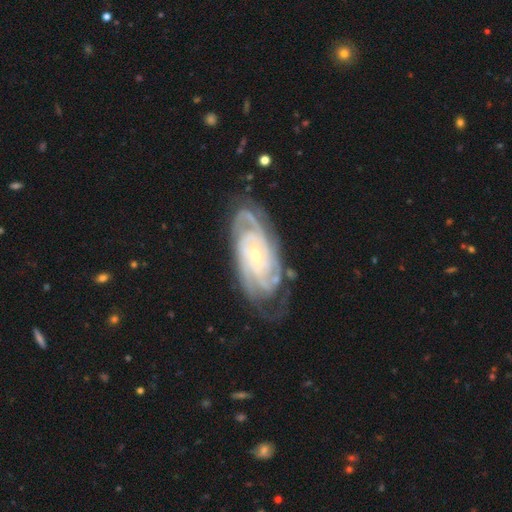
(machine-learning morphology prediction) Smooth or featured?
  - featured or disk: 89% *
  - smooth: 6%
  - star or artifact: 5%
Edge-on disk?
  - no: 95% *
  - yes: 5%
Bar?
  - no: 67% *
  - weak: 24%
  - strong: 9%
Spiral arms?
  - yes: 97% *
  - no: 3%
Spiral winding?
  - tight: 76% *
  - medium: 20%
  - loose: 3%
Spiral arm count?
  - can't tell: 25% *
  - 3: 23%
  - 2: 20%
  - 4: 19%
  - more than 4: 7%
  - 1: 5%
Bulge size?
  - small: 71% *
  - moderate: 26%
  - large: 1%
  - none: 1%
  - dominant: 1%
Merging?
  - none: 70% *
  - minor disturbance: 20%
  - major disturbance: 8%
  - merger: 2%